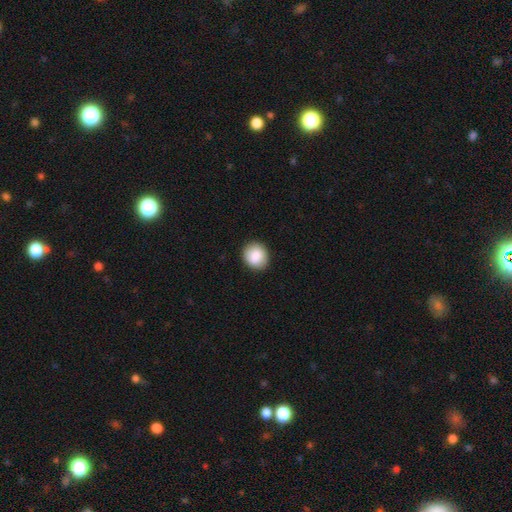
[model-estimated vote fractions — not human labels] Overall: smooth (87%). How rounded: round (76%). Merging: none (89%).